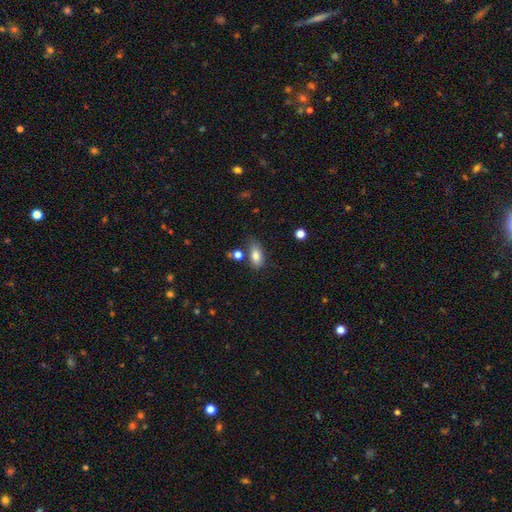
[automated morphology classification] type=smooth (82%); roundness=in between (87%); merging=none (62%).